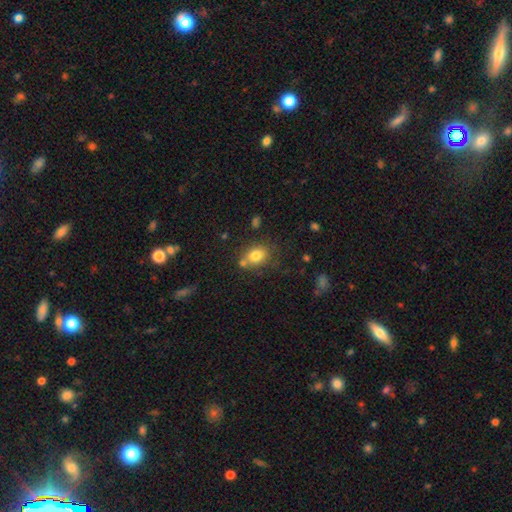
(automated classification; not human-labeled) A smooth galaxy with no disk features (79%) that is in between round and cigar-shaped (56%). Merging: none (61%).